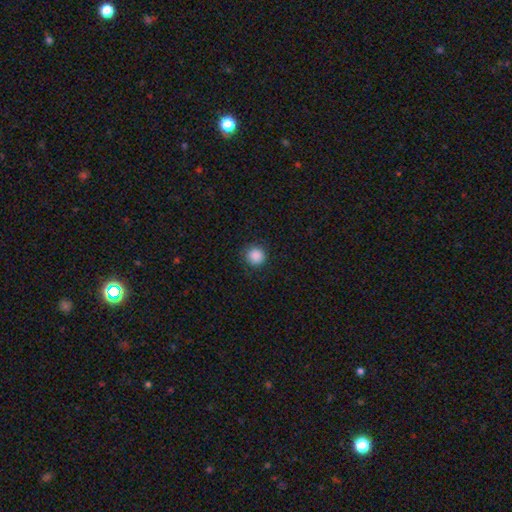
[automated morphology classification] smooth 88%, star or artifact 9%, featured or disk 2%. Down the decision tree: how rounded — round (95%); merging — none (90%).